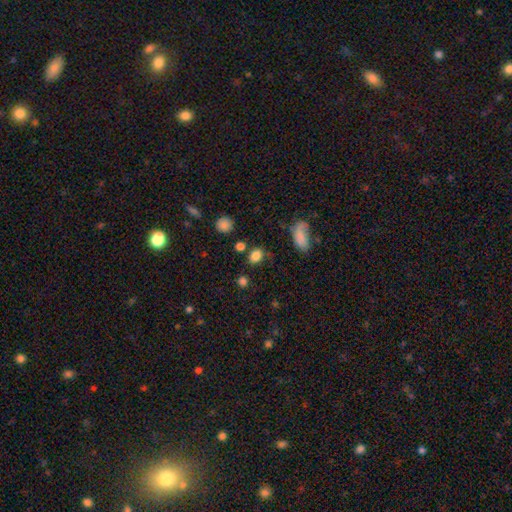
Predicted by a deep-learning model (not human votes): A smooth galaxy with no disk features (82%) that is in between round and cigar-shaped (69%).

Vote fractions:
- Smooth or featured? smooth: 82% / star or artifact: 12% / featured or disk: 6%
- How rounded? in between: 69% / round: 29% / cigar-shaped: 2%
- Merging? none: 73% / minor disturbance: 15% / merger: 7% / major disturbance: 6%